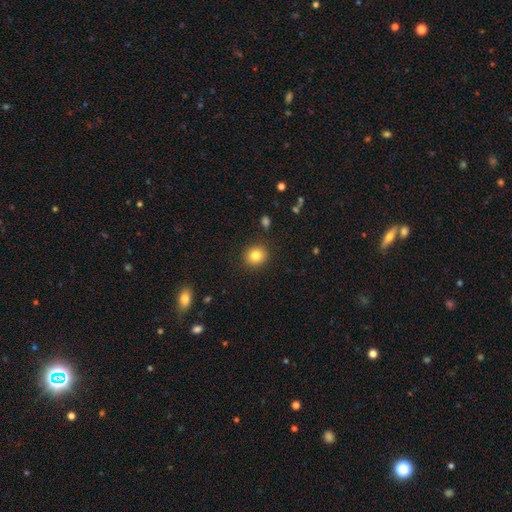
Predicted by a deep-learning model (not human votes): Morphology: type=smooth (83%); roundness=round (85%); merging=none (90%).